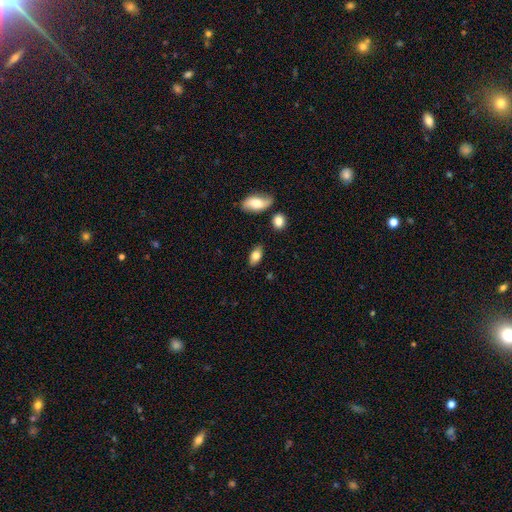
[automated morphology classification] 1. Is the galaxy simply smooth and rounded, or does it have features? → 79% smooth, 14% featured or disk, 7% star or artifact.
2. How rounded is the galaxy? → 90% in between, 5% round, 5% cigar-shaped.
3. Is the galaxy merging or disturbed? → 82% none, 12% minor disturbance, 3% merger, 3% major disturbance.